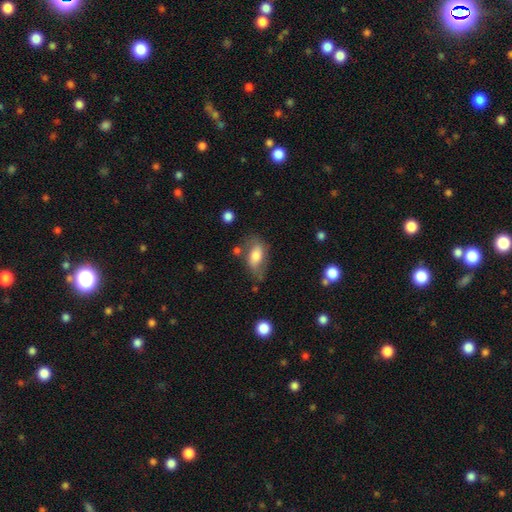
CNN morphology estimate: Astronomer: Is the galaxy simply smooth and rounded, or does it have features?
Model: smooth — 65%.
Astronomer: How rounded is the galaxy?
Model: in between — 86%.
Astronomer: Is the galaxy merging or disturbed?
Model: none — 57%.